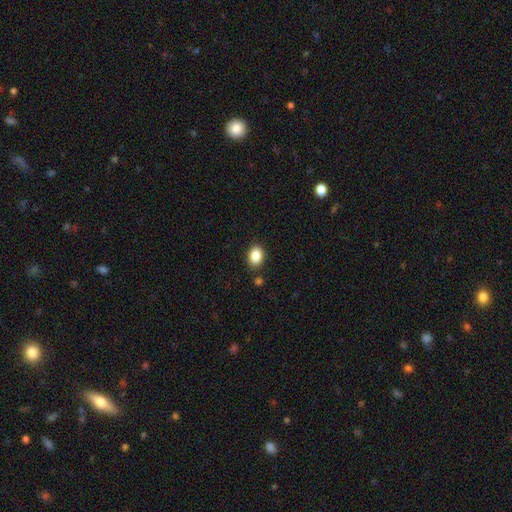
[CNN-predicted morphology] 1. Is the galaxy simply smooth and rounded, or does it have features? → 86% smooth, 9% star or artifact, 5% featured or disk.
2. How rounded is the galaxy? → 71% in between, 28% round, 1% cigar-shaped.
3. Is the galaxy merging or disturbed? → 85% none, 10% minor disturbance, 3% merger, 2% major disturbance.